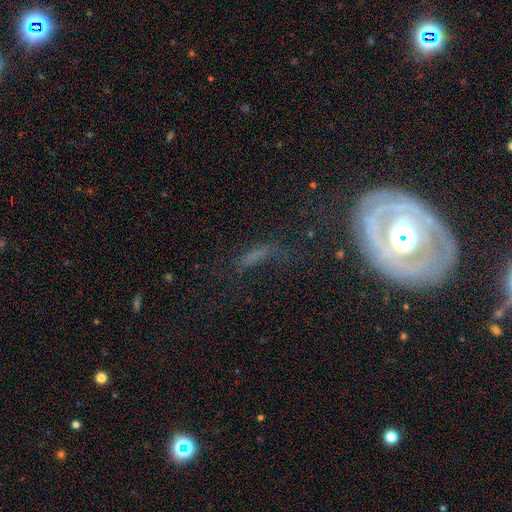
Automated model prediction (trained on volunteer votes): Smooth or featured? featured or disk (50%)
Edge-on disk? no (81%)
Merging? none (48%)